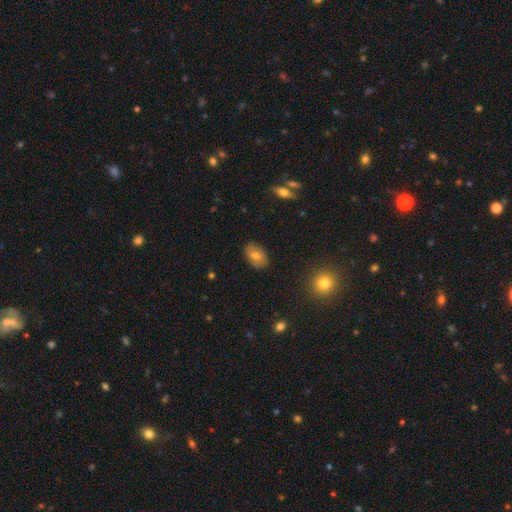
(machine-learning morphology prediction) This appears to be a smooth galaxy with no disk features (72%) that is in between round and cigar-shaped (87%). Merging: none (86%).